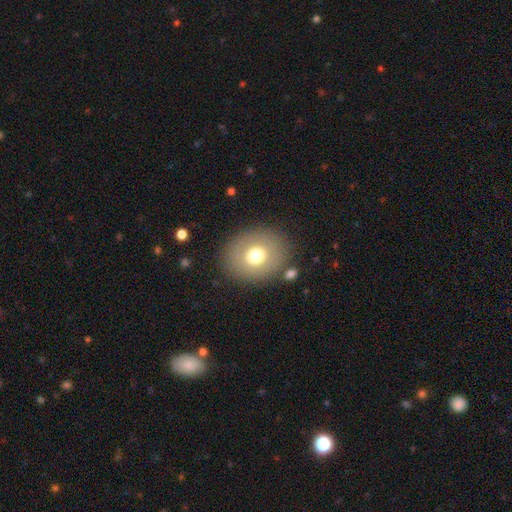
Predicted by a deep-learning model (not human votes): A smooth galaxy with no disk features (69%) that is round (64%). Merging: none (84%).